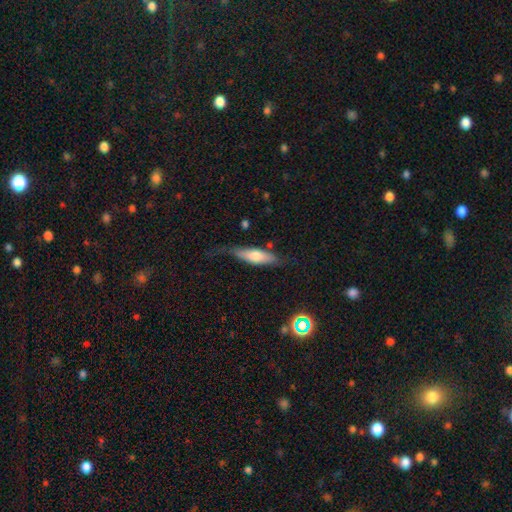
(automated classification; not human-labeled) This appears to be a smooth galaxy with no disk features (58%) that is cigar-shaped (56%). Merging: none (56%).